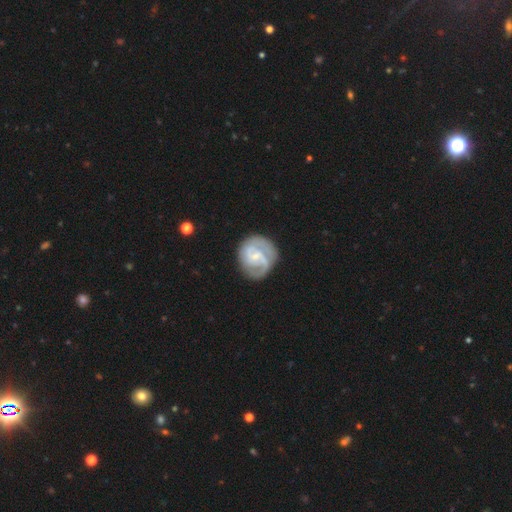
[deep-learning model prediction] smooth_or_featured: featured or disk (p=0.81) [alt: smooth p=0.14]
disk_edge_on: no (p=0.98) [alt: yes p=0.02]
bar: weak (p=0.49) [alt: no p=0.40]
has_spiral_arms: yes (p=0.94) [alt: no p=0.06]
spiral_winding: medium (p=0.44) [alt: tight p=0.43]
spiral_arm_count: 2 (p=0.65) [alt: can't tell p=0.13]
bulge_size: small (p=0.65) [alt: moderate p=0.22]
merging: none (p=0.72) [alt: minor disturbance p=0.17]